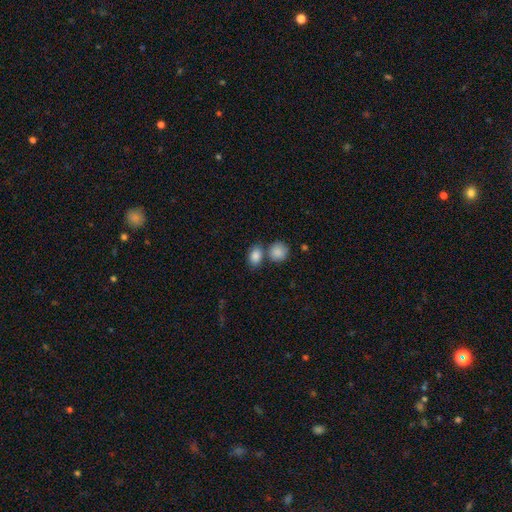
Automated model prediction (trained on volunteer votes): Overall: smooth (87%). How rounded: in between (71%). Merging: none (53%; merger 32%).